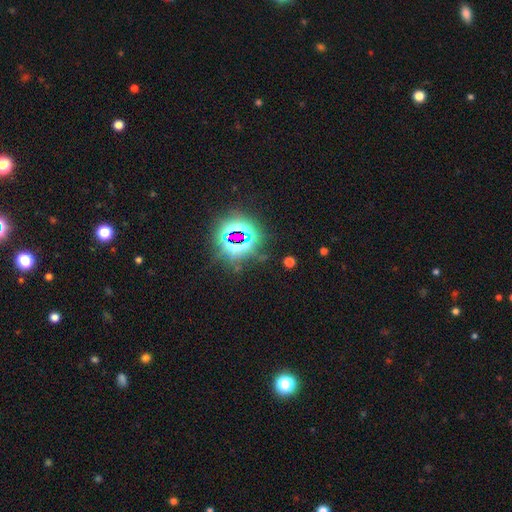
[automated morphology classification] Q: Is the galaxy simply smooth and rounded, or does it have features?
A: star or artifact — 83%.